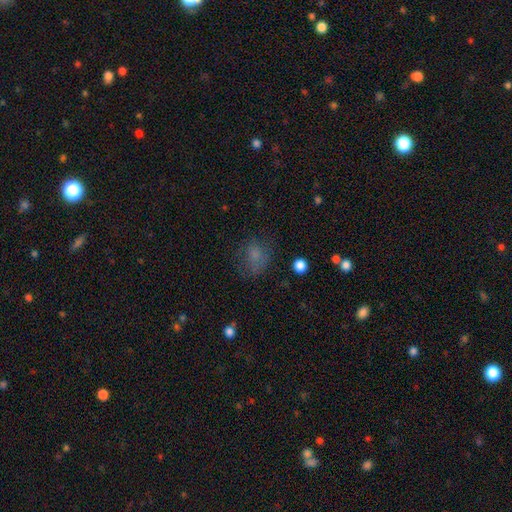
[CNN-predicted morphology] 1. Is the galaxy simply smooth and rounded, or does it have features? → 70% smooth, 16% star or artifact, 14% featured or disk.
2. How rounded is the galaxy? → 57% round, 42% in between, 1% cigar-shaped.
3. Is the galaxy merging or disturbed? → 58% none, 23% minor disturbance, 17% major disturbance, 2% merger.